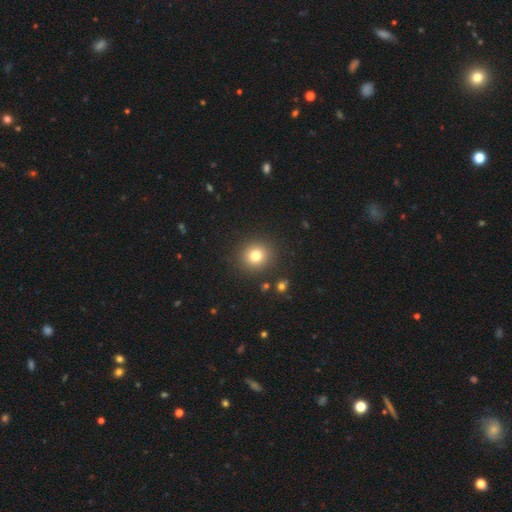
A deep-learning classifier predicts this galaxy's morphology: smooth-or-featured: smooth: 79% | star or artifact: 13% | featured or disk: 8%
  how-rounded: round: 90% | in between: 9% | cigar-shaped: 1%
  merging: none: 90% | minor disturbance: 6% | major disturbance: 2% | merger: 2%